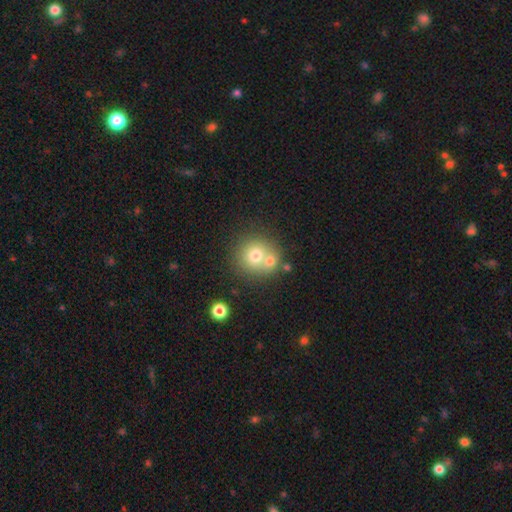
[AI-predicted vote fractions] A smooth galaxy with no disk features (70%) that is round (90%).

Vote fractions:
- Smooth or featured? smooth: 70% / featured or disk: 18% / star or artifact: 12%
- How rounded? round: 90% / in between: 9% / cigar-shaped: 1%
- Merging? none: 50% / merger: 39% / minor disturbance: 8% / major disturbance: 3%